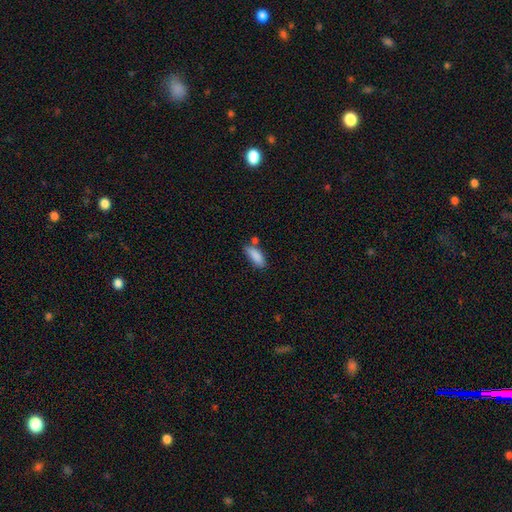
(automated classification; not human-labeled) This is clearly a smooth galaxy (86%). How rounded: likely in between (71%). Merging: possibly none (59%).